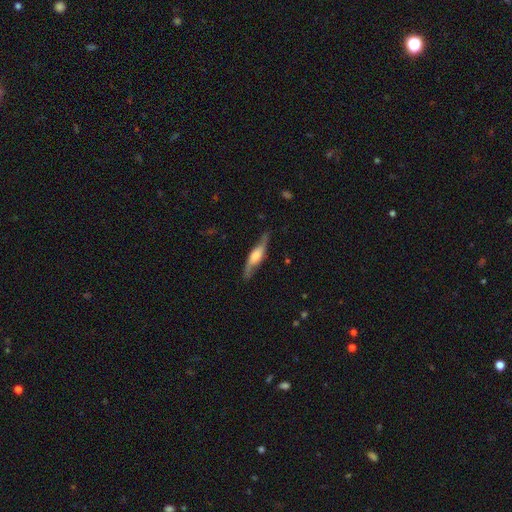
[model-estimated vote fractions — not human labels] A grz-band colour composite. It shows a featured or disk galaxy (65%) viewed edge-on (72%). Merging: none (80%).